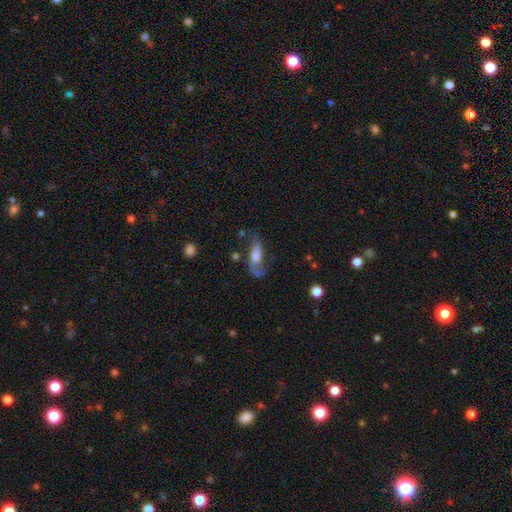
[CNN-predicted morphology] smooth-or-featured: featured or disk: 66% | smooth: 26% | star or artifact: 8%
  disk-edge-on: no: 87% | yes: 13%
    bar: no: 49% | weak: 37% | strong: 14%
    has-spiral-arms: yes: 89% | no: 11%
      spiral-winding: loose: 68% | medium: 25% | tight: 7%
      spiral-arm-count: 2: 78% | 1: 15% | can't tell: 4% | 3: 1% | 4: 1% | more than 4: 1%
    bulge-size: moderate: 41% | large: 30% | small: 17% | none: 9% | dominant: 4%
  merging: none: 51% | minor disturbance: 22% | major disturbance: 22% | merger: 5%